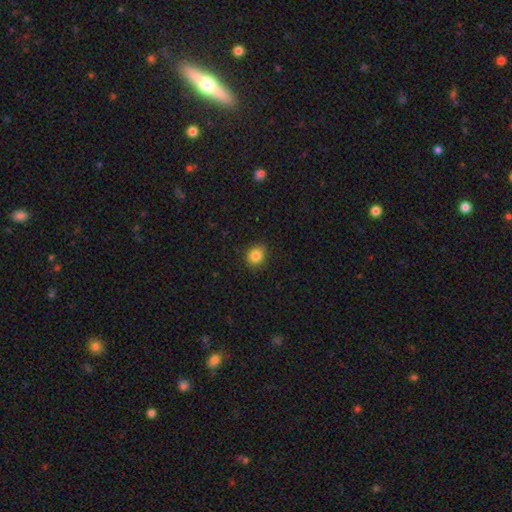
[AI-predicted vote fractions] Overall: smooth (84%). How rounded: round (82%). Merging: none (84%).